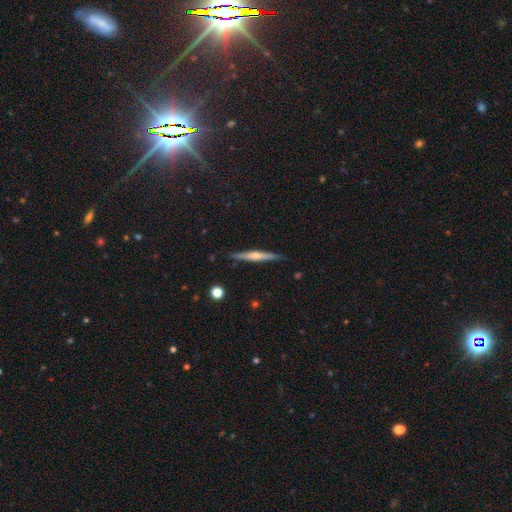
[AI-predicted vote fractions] smooth-or-featured: featured or disk: 57% | smooth: 37% | star or artifact: 6%
  disk-edge-on: yes: 97% | no: 3%
    edge-on-bulge: rounded: 64% | none: 24% | boxy: 12%
  merging: none: 87% | minor disturbance: 10% | major disturbance: 2% | merger: 1%